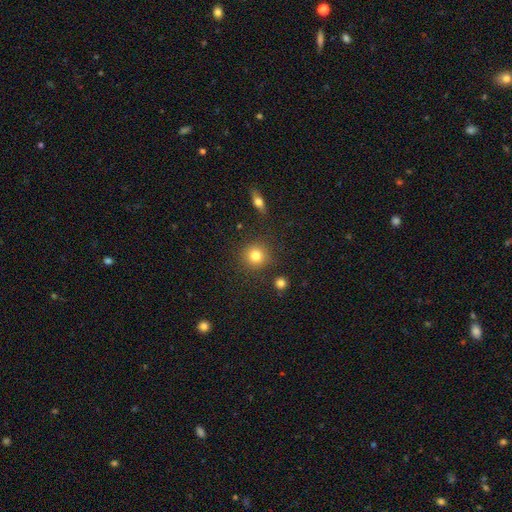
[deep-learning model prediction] smooth_or_featured: smooth (p=0.81) [alt: star or artifact p=0.11]
how_rounded: round (p=0.93) [alt: in between p=0.06]
merging: none (p=0.88) [alt: minor disturbance p=0.07]